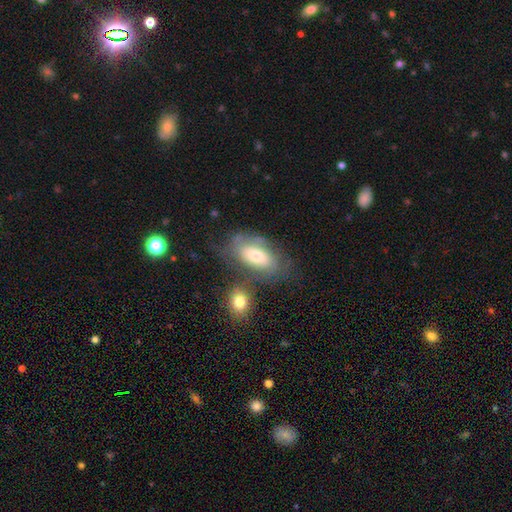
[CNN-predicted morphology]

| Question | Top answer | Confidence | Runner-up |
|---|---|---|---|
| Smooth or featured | smooth | 52% | featured or disk (40%) |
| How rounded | in between | 91% | cigar-shaped (5%) |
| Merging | none | 55% | minor disturbance (20%) |